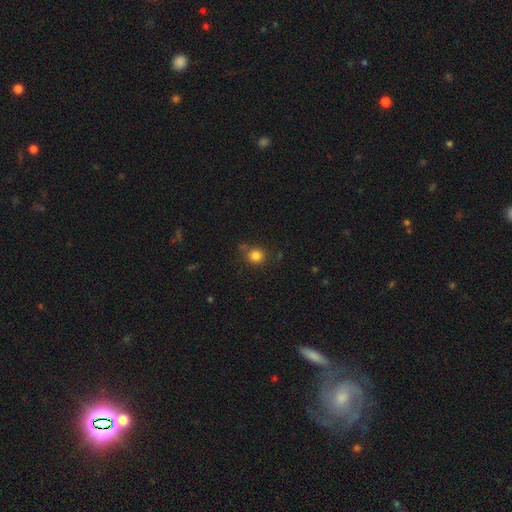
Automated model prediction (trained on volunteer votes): smooth_or_featured: smooth (p=0.83) [alt: star or artifact p=0.12]
how_rounded: round (p=0.86) [alt: in between p=0.13]
merging: none (p=0.74) [alt: minor disturbance p=0.15]